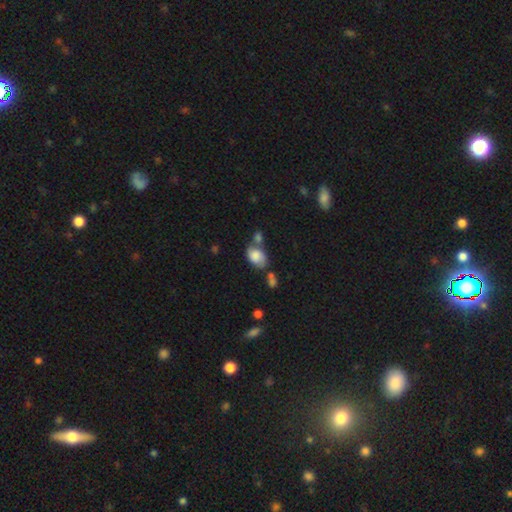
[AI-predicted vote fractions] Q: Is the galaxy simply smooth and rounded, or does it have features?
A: smooth — 75%.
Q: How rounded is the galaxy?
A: in between — 84%.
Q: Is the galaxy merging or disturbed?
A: none — 36%.